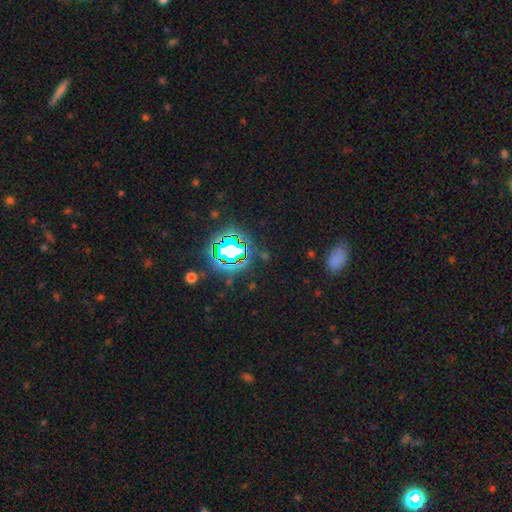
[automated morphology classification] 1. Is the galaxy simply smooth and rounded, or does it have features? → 75% star or artifact, 17% smooth, 8% featured or disk.